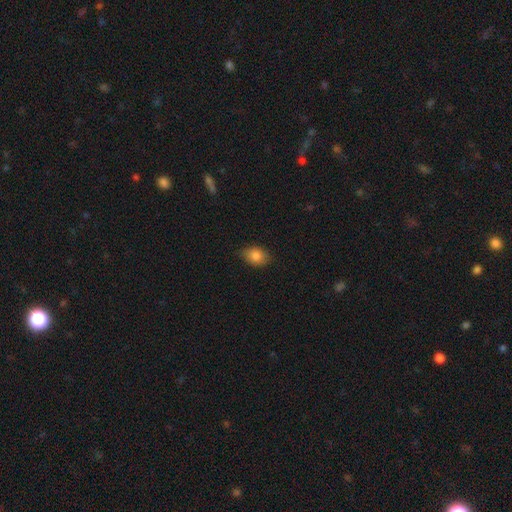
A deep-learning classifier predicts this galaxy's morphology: A smooth galaxy with no disk features (83%) that is in between round and cigar-shaped (71%).

Vote fractions:
- Smooth or featured? smooth: 83% / star or artifact: 9% / featured or disk: 8%
- How rounded? in between: 71% / round: 27% / cigar-shaped: 1%
- Merging? none: 81% / minor disturbance: 16% / major disturbance: 2% / merger: 1%